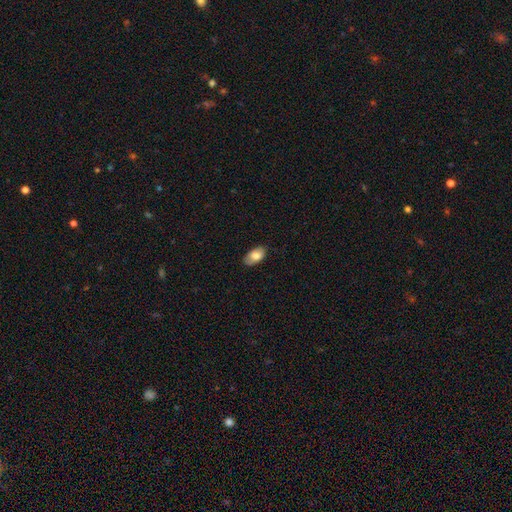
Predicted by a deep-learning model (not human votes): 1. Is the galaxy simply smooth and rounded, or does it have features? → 76% smooth, 17% featured or disk, 7% star or artifact.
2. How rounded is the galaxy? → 93% in between, 5% round, 2% cigar-shaped.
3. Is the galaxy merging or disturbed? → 79% none, 17% minor disturbance, 3% major disturbance, 1% merger.